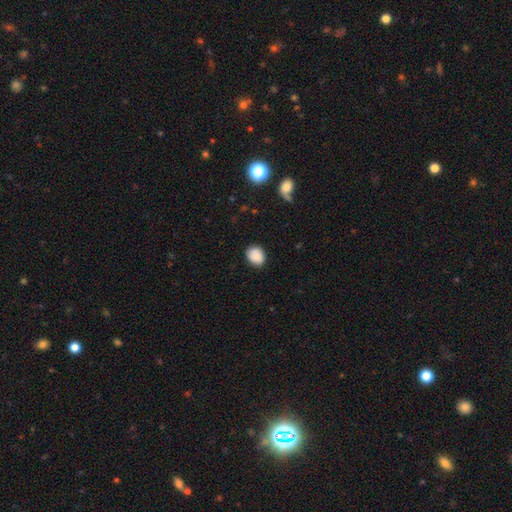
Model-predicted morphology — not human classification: type=smooth (88%); roundness=in between (50%); merging=none (84%).